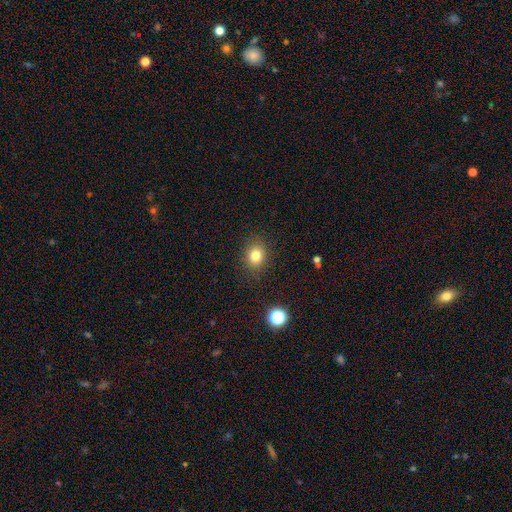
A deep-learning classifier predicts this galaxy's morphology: The model was most divided on "how rounded": round: 64%, in between: 35%, cigar-shaped: 1%. More confident: merging — none (87%); smooth or featured — smooth (80%).